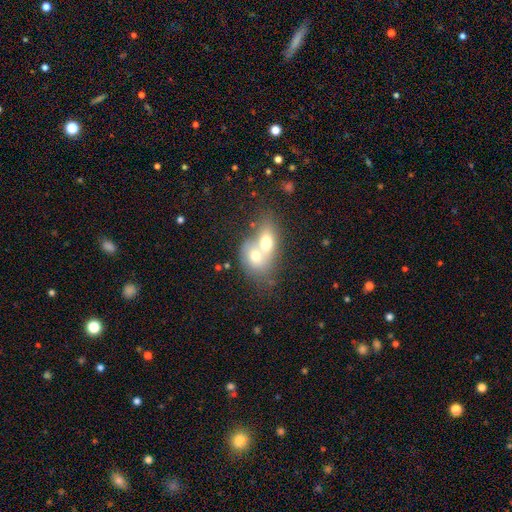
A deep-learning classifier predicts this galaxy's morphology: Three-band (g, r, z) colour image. It shows a smooth galaxy with no disk features (64%) that is in between round and cigar-shaped (60%). Merging: merger (77%).